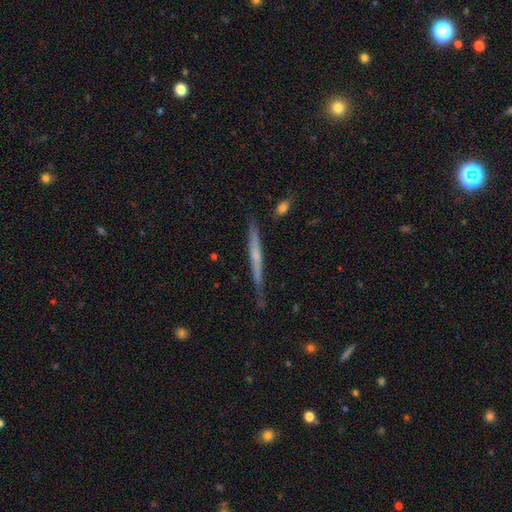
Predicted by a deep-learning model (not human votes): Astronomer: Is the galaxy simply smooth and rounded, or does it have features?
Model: featured or disk — 60%.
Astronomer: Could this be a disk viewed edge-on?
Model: yes — 96%.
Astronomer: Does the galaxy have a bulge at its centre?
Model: none — 60%.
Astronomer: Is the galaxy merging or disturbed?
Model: none — 78%.